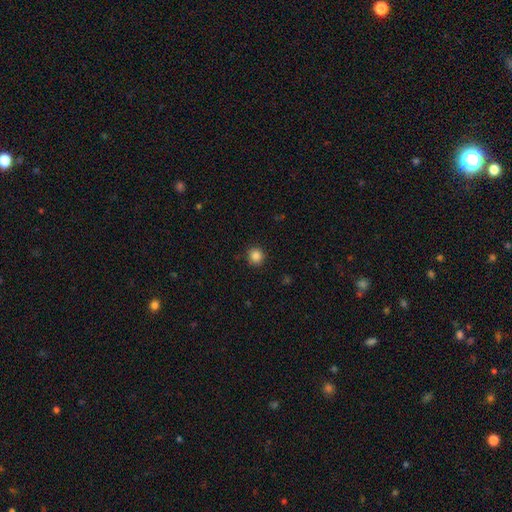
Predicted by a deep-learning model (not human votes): Q: Smooth or featured?
A: smooth (86%); runner-up: star or artifact (11%)
Q: How rounded?
A: round (93%); runner-up: in between (6%)
Q: Merging?
A: none (90%); runner-up: minor disturbance (7%)